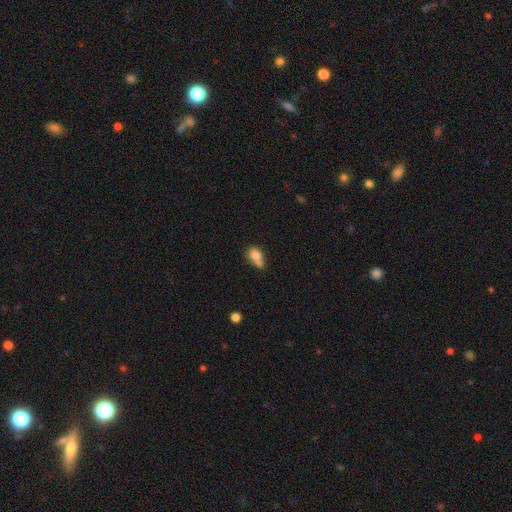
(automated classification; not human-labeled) A smooth galaxy with no disk features (75%) that is in between round and cigar-shaped (58%). Merging: merger (42%).